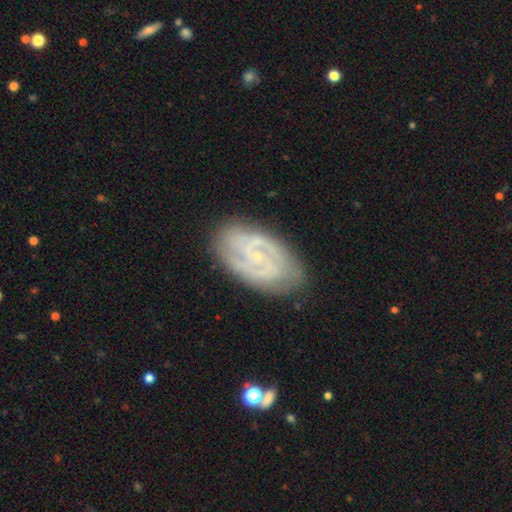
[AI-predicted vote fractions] Morphology: type=featured or disk (84%); edge-on=no (97%); bar=no (57%); spiral arms=yes (94%); winding=tight (55%); arm count=2 (48%); bulge=small (80%); merging=none (78%).